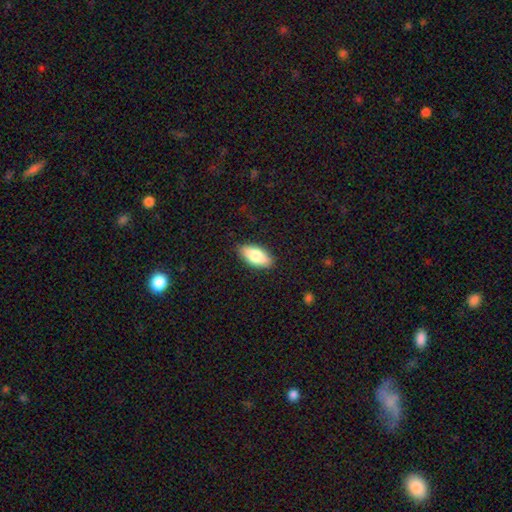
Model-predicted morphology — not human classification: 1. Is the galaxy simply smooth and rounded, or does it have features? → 79% smooth, 15% featured or disk, 6% star or artifact.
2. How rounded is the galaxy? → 87% in between, 10% cigar-shaped, 3% round.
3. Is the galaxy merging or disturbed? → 88% none, 9% minor disturbance, 2% major disturbance, 1% merger.